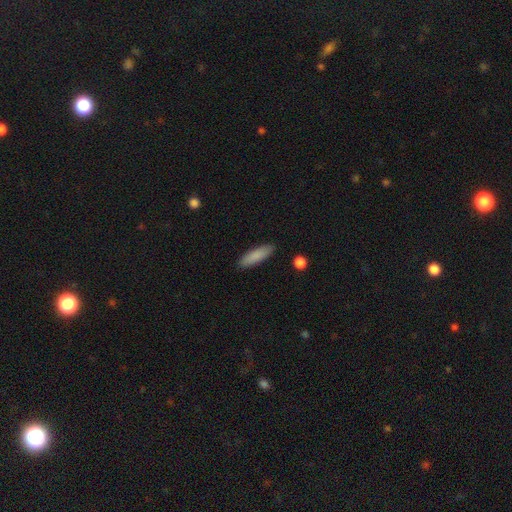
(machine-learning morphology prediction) This appears to be a smooth galaxy with no disk features (86%) that is cigar-shaped (62%). Merging: none (89%).